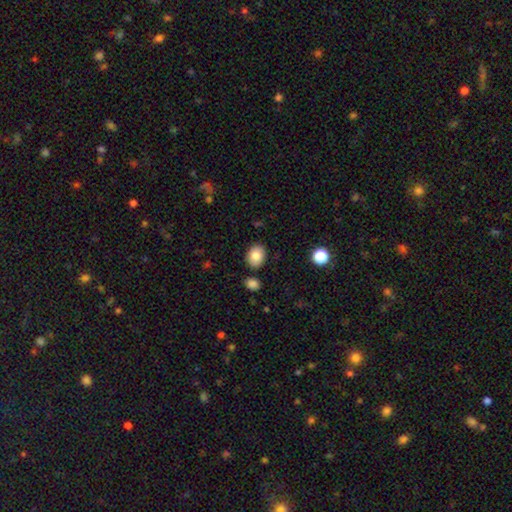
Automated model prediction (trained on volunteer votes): This is clearly a smooth galaxy (84%). How rounded: possibly in between (58%). Merging: clearly none (85%).